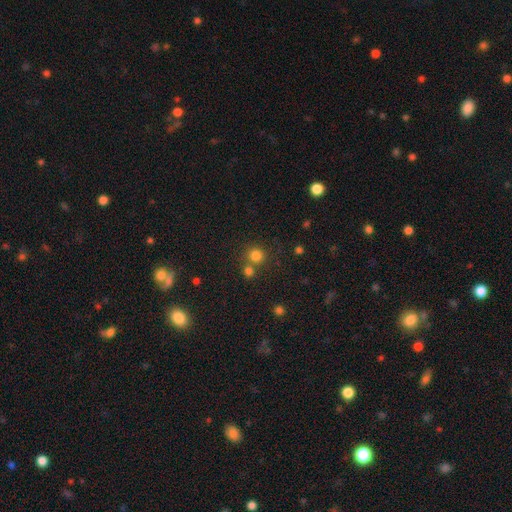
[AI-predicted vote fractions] smooth 79%, star or artifact 16%, featured or disk 6%. Down the decision tree: how rounded — round (91%); merging — none (65%).